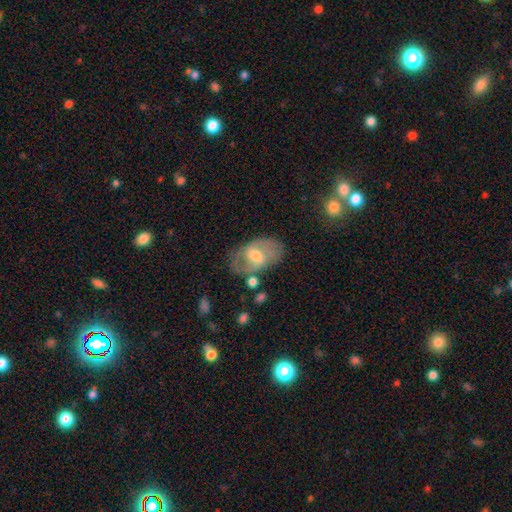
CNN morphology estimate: featured or disk 62%, smooth 32%, star or artifact 7%. Down the decision tree: edge-on disk — no (94%); bar — weak (52%); spiral arms — yes (68%); bulge size — moderate (64%); merging — none (66%).